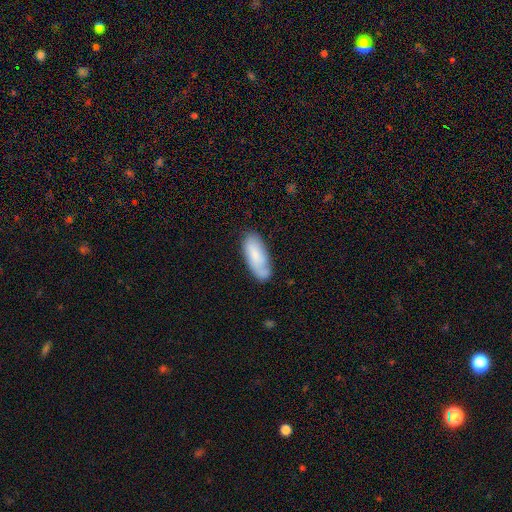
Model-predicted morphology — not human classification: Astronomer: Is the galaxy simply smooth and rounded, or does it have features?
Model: smooth — 74%.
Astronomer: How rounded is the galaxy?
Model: in between — 79%.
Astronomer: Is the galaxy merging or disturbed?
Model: none — 68%.